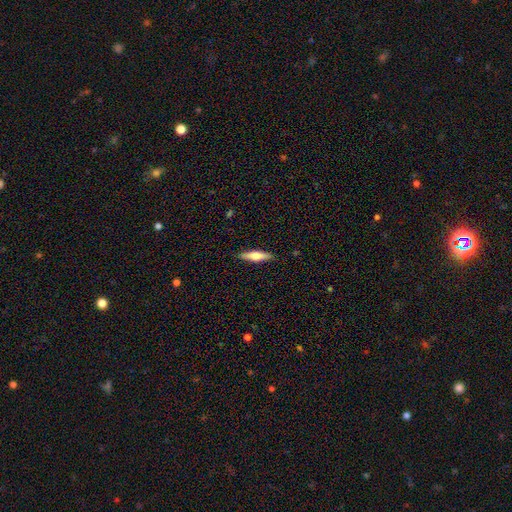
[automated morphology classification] type=smooth (51%); roundness=cigar-shaped (72%); merging=none (90%).